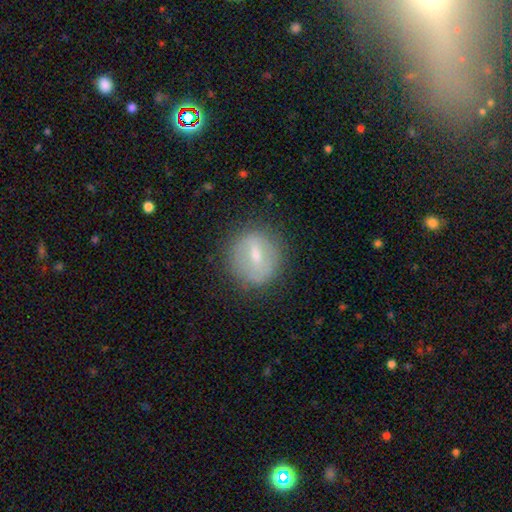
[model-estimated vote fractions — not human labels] This appears to be a smooth galaxy with no disk features (46%, tied with featured or disk). Merging: none (80%).